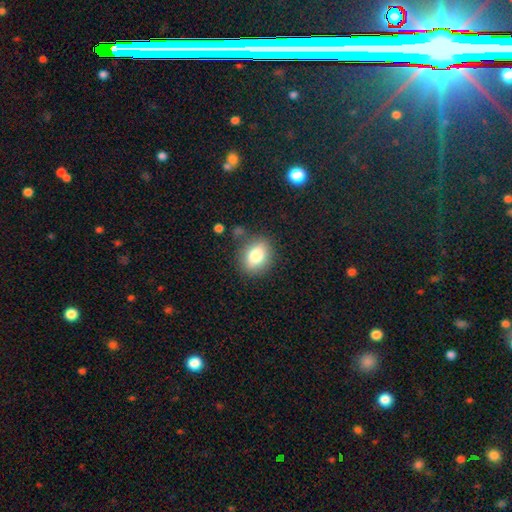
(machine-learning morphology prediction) A smooth galaxy with no disk features (78%) that is in between round and cigar-shaped (63%).

Vote fractions:
- Smooth or featured? smooth: 78% / featured or disk: 13% / star or artifact: 9%
- How rounded? in between: 63% / round: 35% / cigar-shaped: 2%
- Merging? none: 81% / minor disturbance: 12% / major disturbance: 4% / merger: 3%